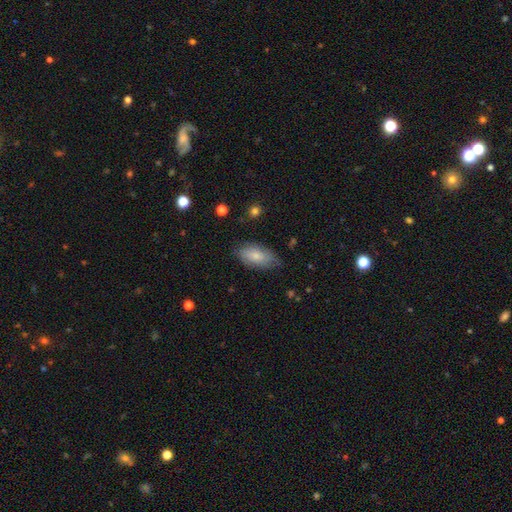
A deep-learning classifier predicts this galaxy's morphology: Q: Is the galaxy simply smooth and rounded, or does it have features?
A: smooth — 75%.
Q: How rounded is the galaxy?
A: in between — 92%.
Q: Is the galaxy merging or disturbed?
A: none — 72%.